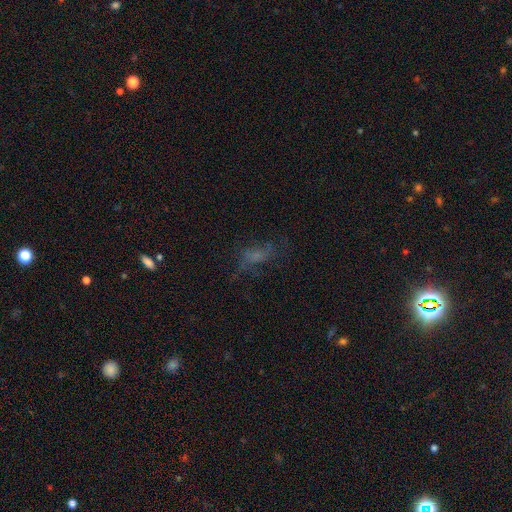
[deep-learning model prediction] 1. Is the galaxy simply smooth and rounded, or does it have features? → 44% smooth, 32% featured or disk, 24% star or artifact.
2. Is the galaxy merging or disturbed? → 52% none, 25% major disturbance, 21% minor disturbance, 3% merger.